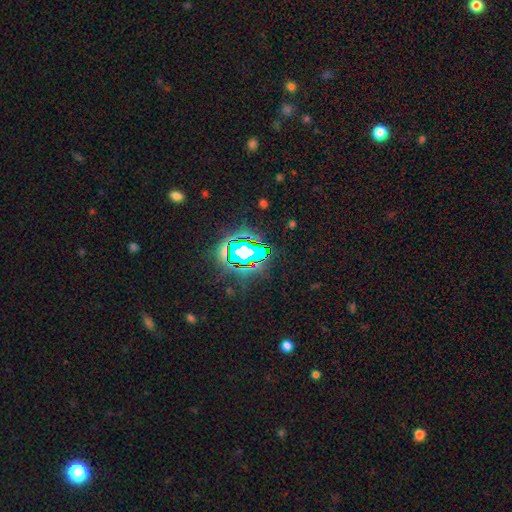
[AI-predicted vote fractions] smooth_or_featured: star or artifact (p=0.81) [alt: smooth p=0.12]